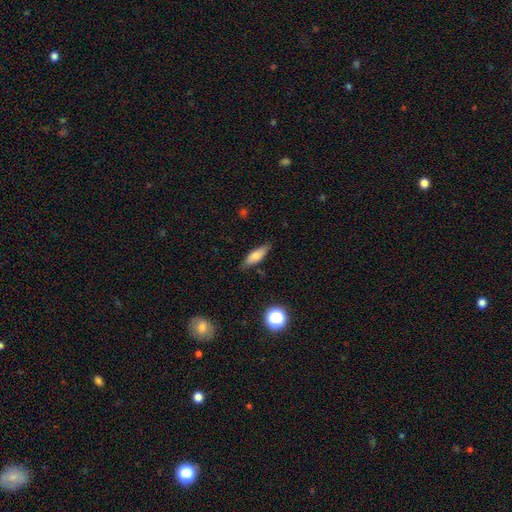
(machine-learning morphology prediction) Smooth or featured: smooth — 72% (featured or disk — 20%)
How rounded: in between — 58% (cigar-shaped — 40%)
Merging: none — 81% (minor disturbance — 15%)